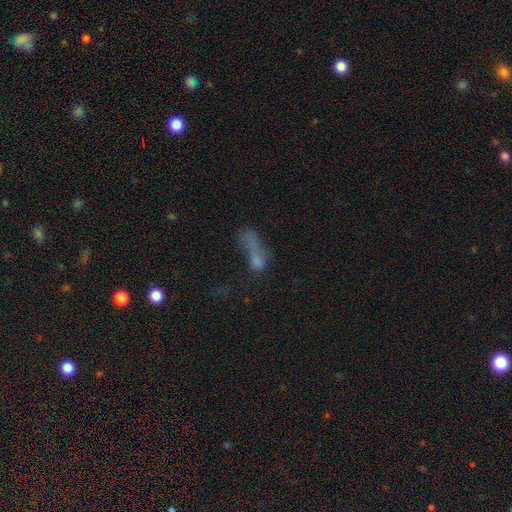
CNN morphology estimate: smooth_or_featured: smooth (p=0.50) [alt: featured or disk p=0.28]
how_rounded: in between (p=0.55) [alt: cigar-shaped p=0.33]
merging: major disturbance (p=0.33) [alt: merger p=0.29]